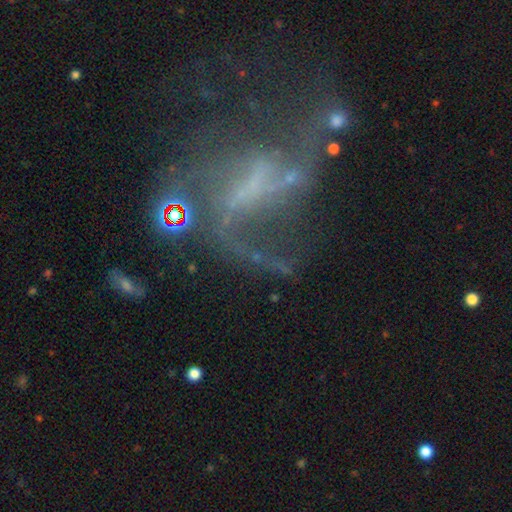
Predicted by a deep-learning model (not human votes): Smooth or featured: featured or disk — 70% (star or artifact — 19%)
Edge-on disk: no — 96% (yes — 4%)
Bar: strong — 35% (weak — 33%)
Spiral arms: yes — 78% (no — 22%)
Spiral winding: loose — 63% (medium — 27%)
Spiral arm count: 2 — 59% (can't tell — 15%)
Bulge size: none — 66% (small — 21%)
Merging: none — 41% (major disturbance — 32%)